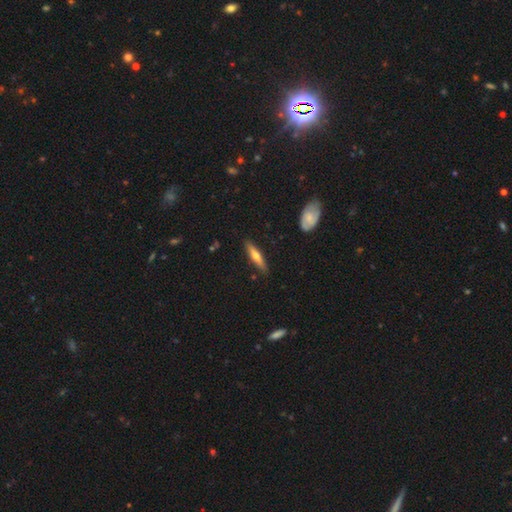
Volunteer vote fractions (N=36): Overall: smooth (58%; featured or disk 42%). How rounded: cigar-shaped (90%). Merging: none (92%).